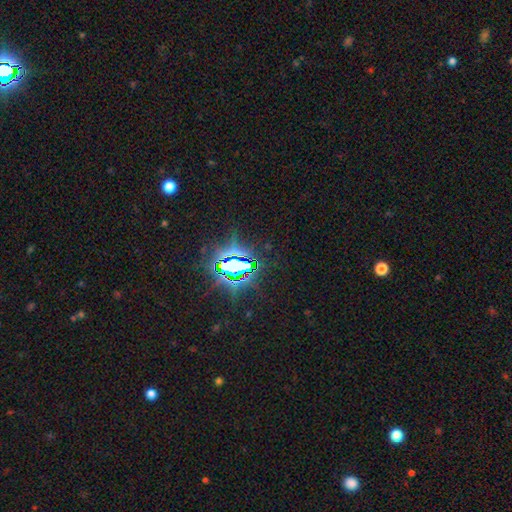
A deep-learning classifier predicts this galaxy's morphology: Smooth or featured? star or artifact (84%)